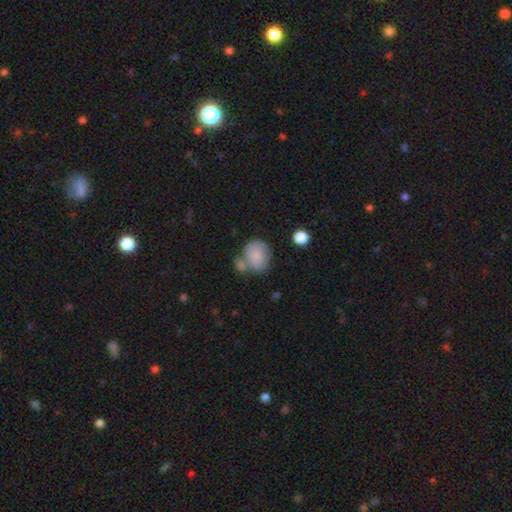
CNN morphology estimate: Smooth or featured? Predicted: smooth (p=0.78). How rounded? Predicted: round (p=0.61). Merging? Predicted: none (p=0.41).